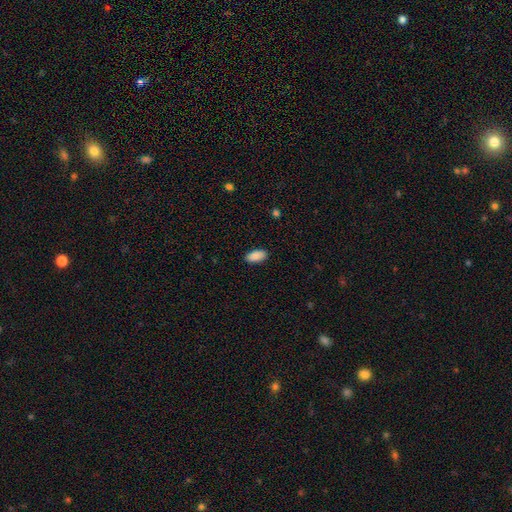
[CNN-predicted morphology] A smooth galaxy with no disk features (91%) that is in between round and cigar-shaped (92%). Merging: none (89%).